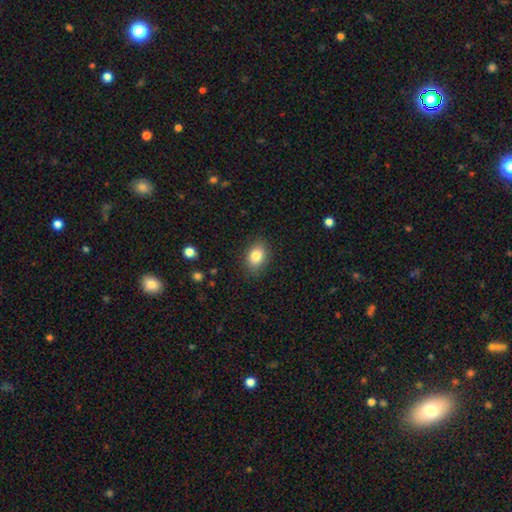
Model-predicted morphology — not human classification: Smooth or featured?
  - smooth: 83% *
  - star or artifact: 9%
  - featured or disk: 8%
How rounded?
  - in between: 75% *
  - round: 24%
  - cigar-shaped: 1%
Merging?
  - none: 85% *
  - minor disturbance: 11%
  - major disturbance: 3%
  - merger: 1%